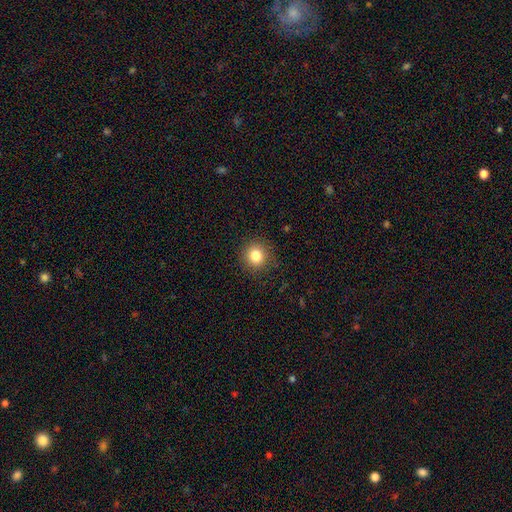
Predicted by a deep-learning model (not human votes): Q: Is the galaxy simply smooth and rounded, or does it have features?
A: smooth — 82%.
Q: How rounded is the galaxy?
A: round — 90%.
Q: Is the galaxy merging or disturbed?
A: none — 90%.